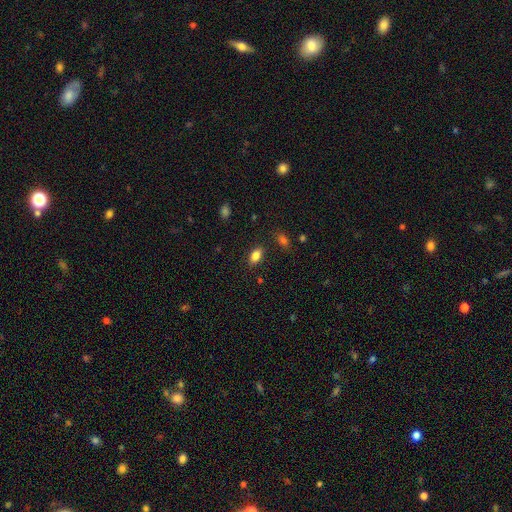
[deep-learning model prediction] smooth 84%, star or artifact 9%, featured or disk 7%. Down the decision tree: how rounded — in between (89%); merging — none (85%).